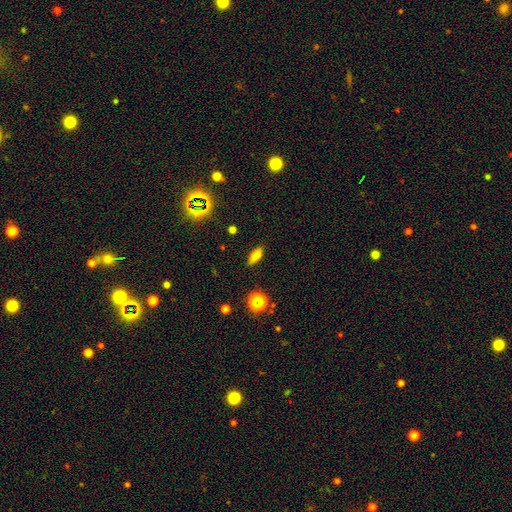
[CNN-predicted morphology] Smooth or featured? Predicted: smooth (p=0.76). How rounded? Predicted: in between (p=0.72). Merging? Predicted: none (p=0.86).